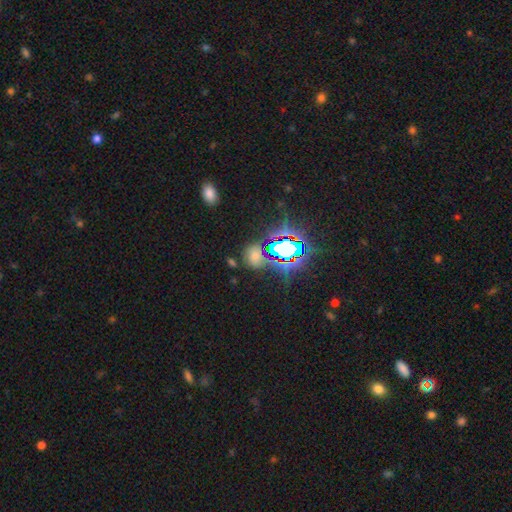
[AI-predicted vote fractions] A star or artifact, not a galaxy (50%).

Vote fractions:
- Smooth or featured? star or artifact: 50% / smooth: 39% / featured or disk: 12%